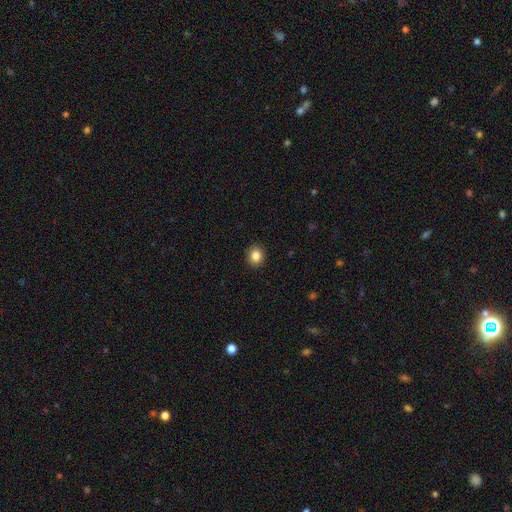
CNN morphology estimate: Overall: smooth (85%). How rounded: round (72%). Merging: none (91%).